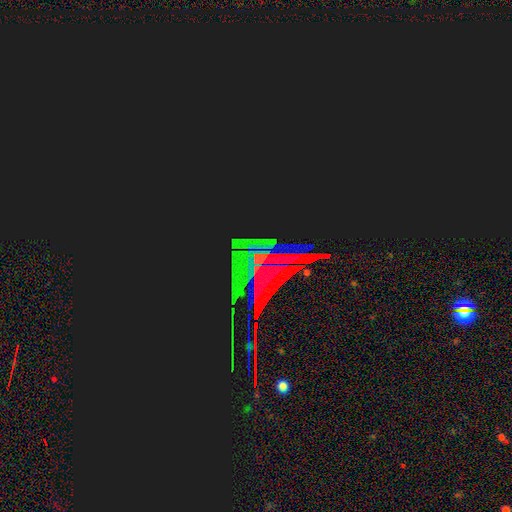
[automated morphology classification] This appears to be a star or artifact, not a galaxy (75%).